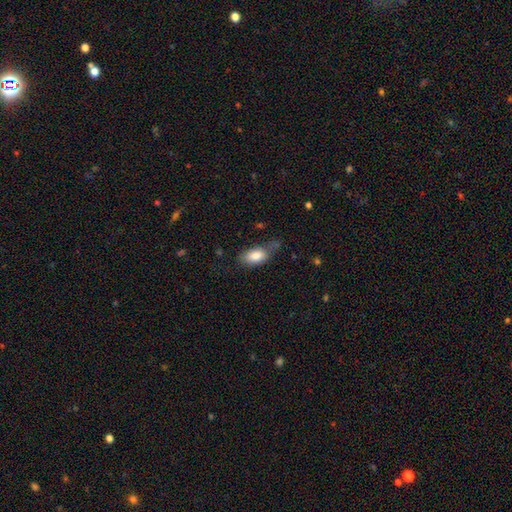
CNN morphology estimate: A smooth galaxy with no disk features (83%) that is in between round and cigar-shaped (90%).

Vote fractions:
- Smooth or featured? smooth: 83% / featured or disk: 11% / star or artifact: 7%
- How rounded? in between: 90% / cigar-shaped: 5% / round: 4%
- Merging? none: 49% / minor disturbance: 33% / major disturbance: 13% / merger: 5%